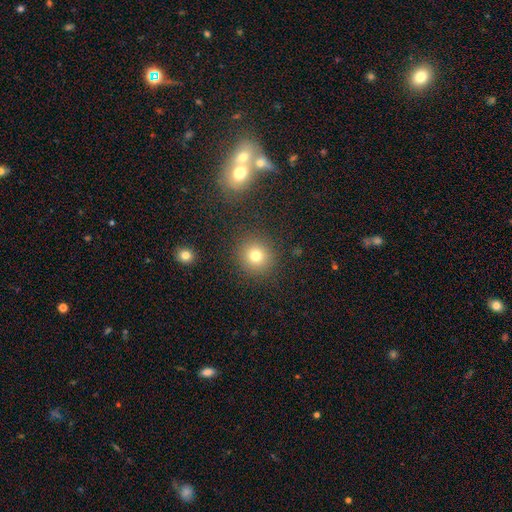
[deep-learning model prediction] smooth 77%, star or artifact 15%, featured or disk 8%. Down the decision tree: how rounded — round (92%); merging — none (88%).